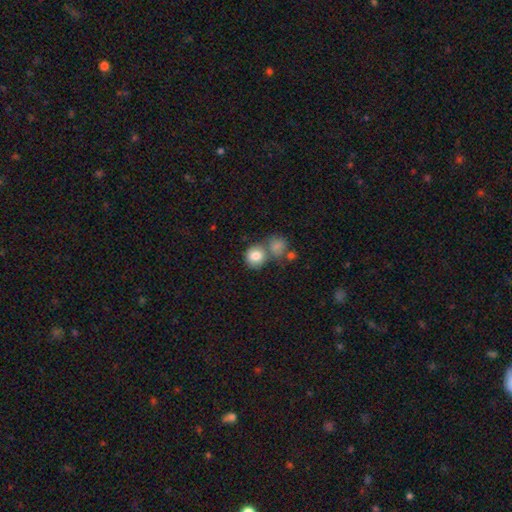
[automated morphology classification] Smooth or featured? Predicted: smooth (p=0.83). How rounded? Predicted: round (p=0.81). Merging? Predicted: none (p=0.51).